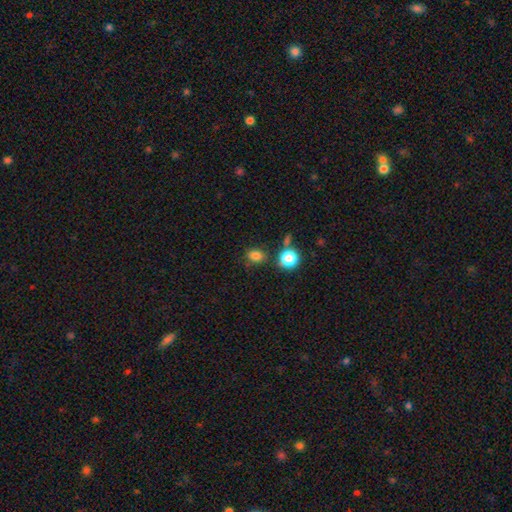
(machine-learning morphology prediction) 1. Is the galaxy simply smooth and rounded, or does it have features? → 80% smooth, 14% star or artifact, 6% featured or disk.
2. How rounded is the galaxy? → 49% in between (tied), 49% round (tied), 1% cigar-shaped.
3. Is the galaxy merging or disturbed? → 74% none, 14% minor disturbance, 8% merger, 4% major disturbance.